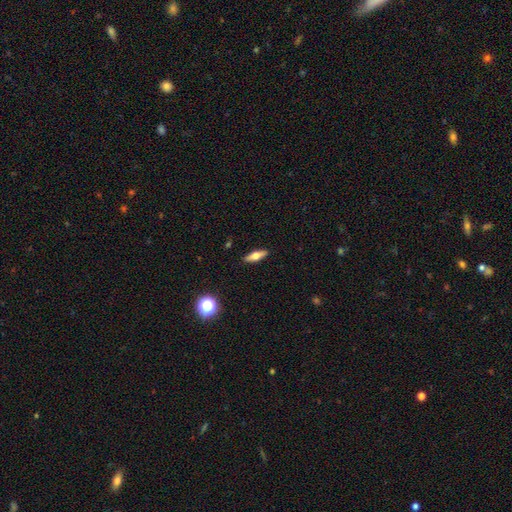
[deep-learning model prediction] Smooth or featured? smooth (55%)
How rounded? in between (52%)
Merging? none (90%)